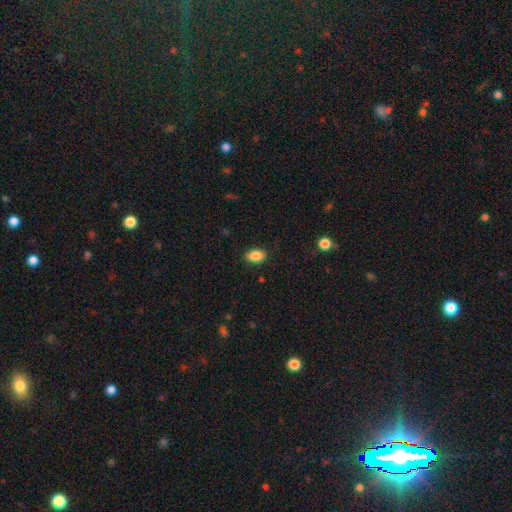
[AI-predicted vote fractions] This appears to be a smooth galaxy with no disk features (88%) that is in between round and cigar-shaped (89%). Merging: none (87%).